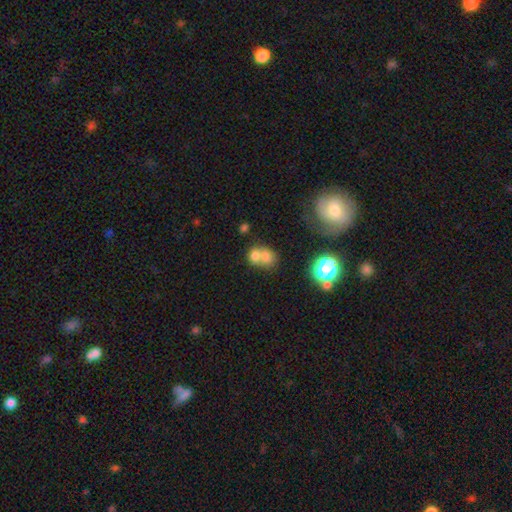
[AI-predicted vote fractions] smooth_or_featured: smooth (p=0.70) [alt: featured or disk p=0.15]
how_rounded: round (p=0.58) [alt: in between p=0.41]
merging: merger (p=0.64) [alt: none p=0.26]